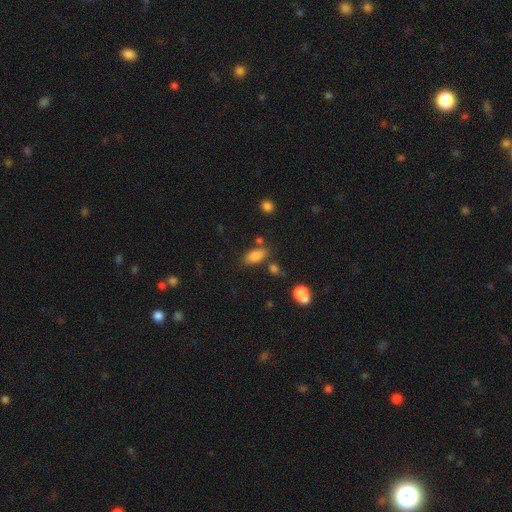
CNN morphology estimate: Smooth or featured? smooth (83%)
How rounded? in between (87%)
Merging? none (72%)